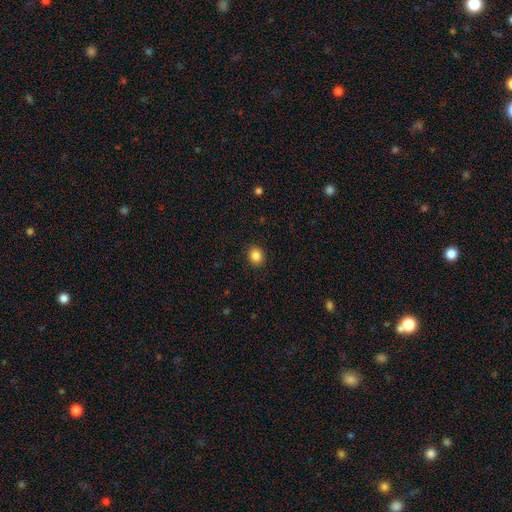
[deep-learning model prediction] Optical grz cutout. It shows a smooth galaxy with no disk features (86%) that is round (75%). Merging: none (90%).